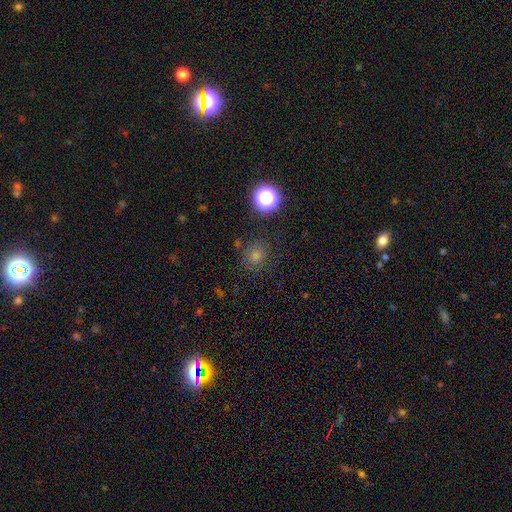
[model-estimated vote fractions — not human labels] This appears to be a smooth galaxy with no disk features (59%) that is round (89%). Merging: none (84%).